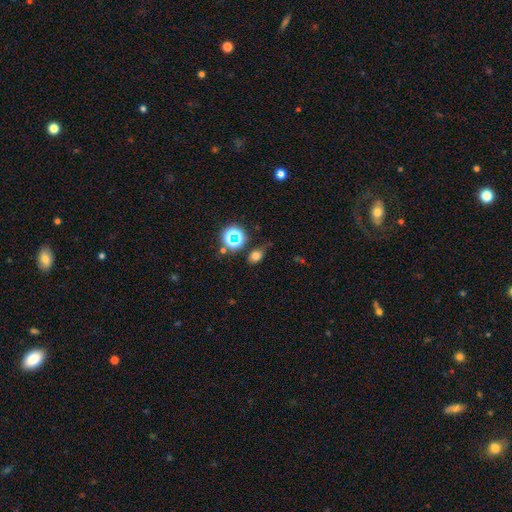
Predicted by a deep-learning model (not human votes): Smooth or featured? smooth (67%)
How rounded? in between (58%)
Merging? none (58%)